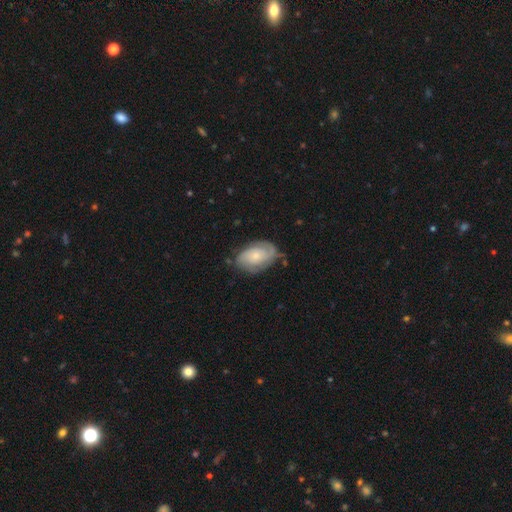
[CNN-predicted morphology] smooth-or-featured: featured or disk: 70% | smooth: 24% | star or artifact: 6%
  disk-edge-on: no: 97% | yes: 3%
    bar: no: 76% | weak: 21% | strong: 3%
    has-spiral-arms: yes: 91% | no: 9%
      spiral-winding: tight: 56% | medium: 33% | loose: 11%
      spiral-arm-count: 2: 55% | can't tell: 24% | 3: 11% | 1: 5% | 4: 3% | more than 4: 2%
    bulge-size: small: 63% | moderate: 29% | none: 4% | large: 3% | dominant: 1%
  merging: none: 66% | minor disturbance: 23% | major disturbance: 8% | merger: 2%